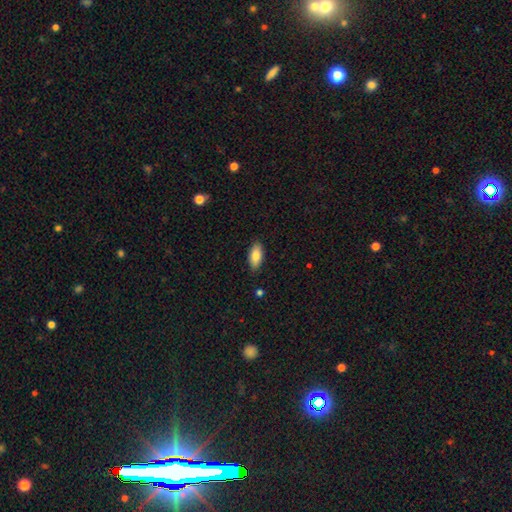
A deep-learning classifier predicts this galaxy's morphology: Smooth or featured? smooth (83%)
How rounded? in between (89%)
Merging? none (86%)